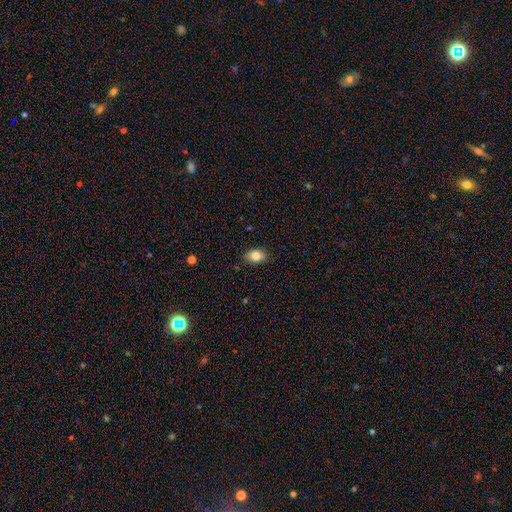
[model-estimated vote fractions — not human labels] Smooth or featured? smooth (81%)
How rounded? in between (81%)
Merging? none (85%)